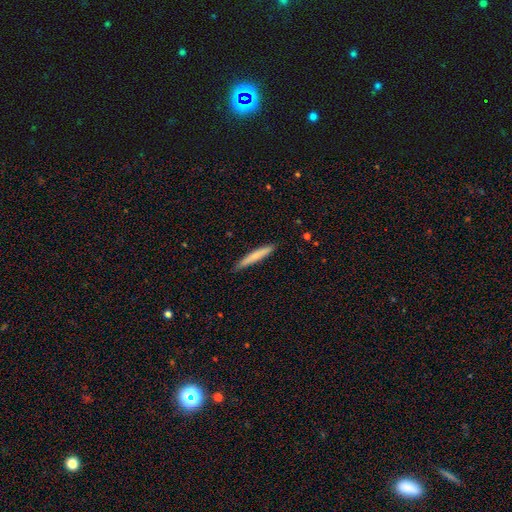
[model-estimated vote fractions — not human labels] Overall: smooth (71%). How rounded: cigar-shaped (95%). Merging: none (88%).